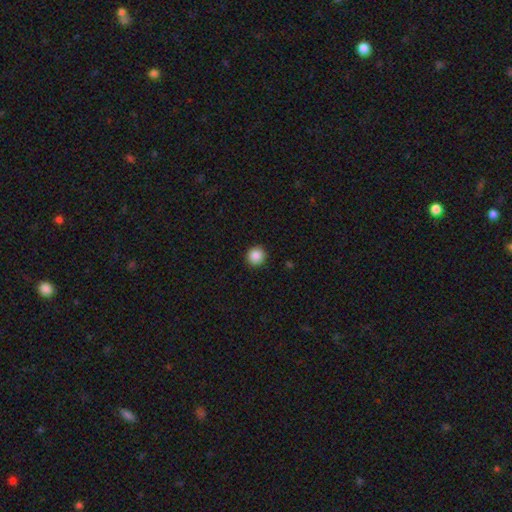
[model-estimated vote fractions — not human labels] Smooth or featured? smooth (87%)
How rounded? round (94%)
Merging? none (93%)